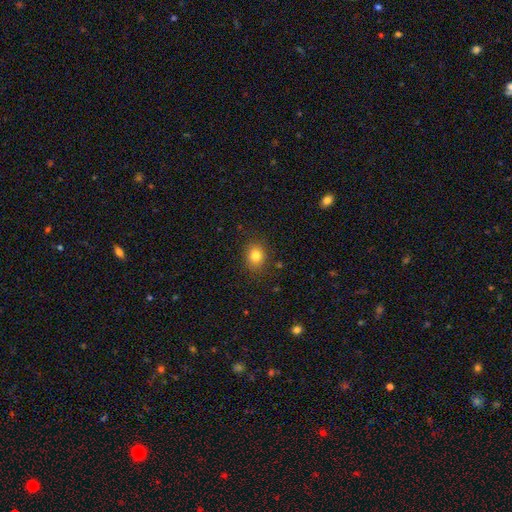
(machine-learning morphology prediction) This appears to be a smooth galaxy with no disk features (82%) that is round (61%). Merging: none (87%).